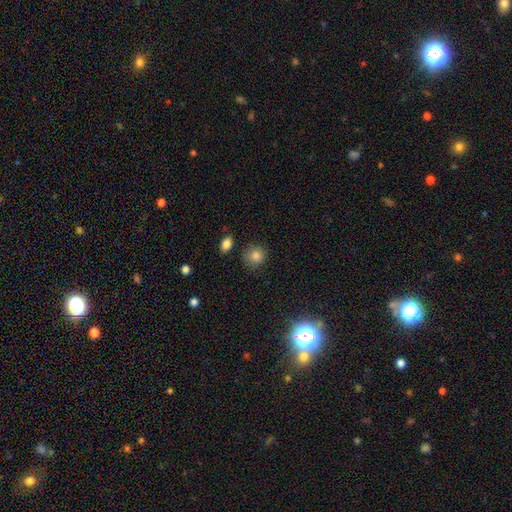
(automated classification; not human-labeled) This is clearly a smooth galaxy (83%). How rounded: clearly round (87%). Merging: clearly none (84%).